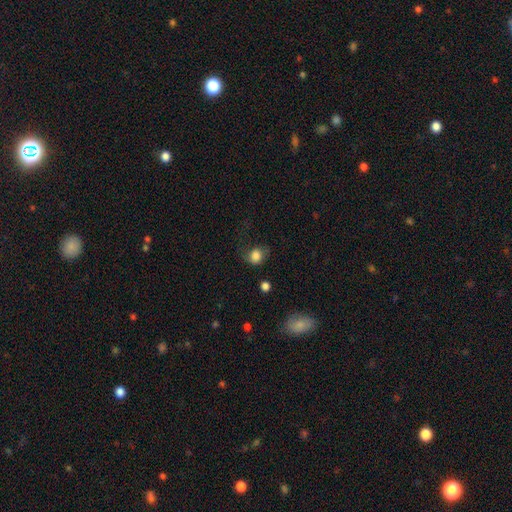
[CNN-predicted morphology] smooth 81%, featured or disk 9%, star or artifact 9%. Down the decision tree: how rounded — round (67%); merging — none (44%).